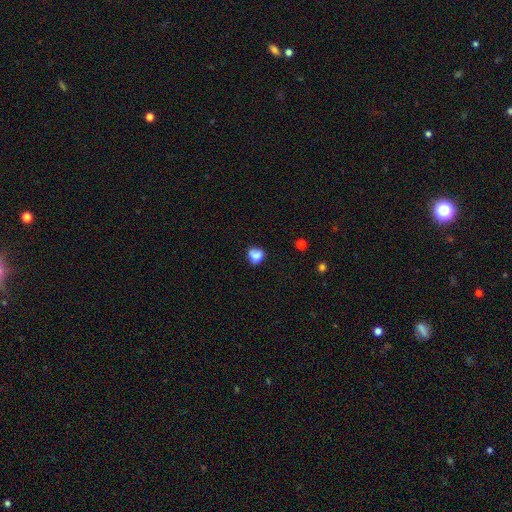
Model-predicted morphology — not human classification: Smooth or featured?
  - smooth: 78% *
  - featured or disk: 11%
  - star or artifact: 11%
How rounded?
  - round: 59% *
  - in between: 40%
  - cigar-shaped: 1%
Merging?
  - none: 46% *
  - minor disturbance: 26%
  - merger: 18%
  - major disturbance: 10%